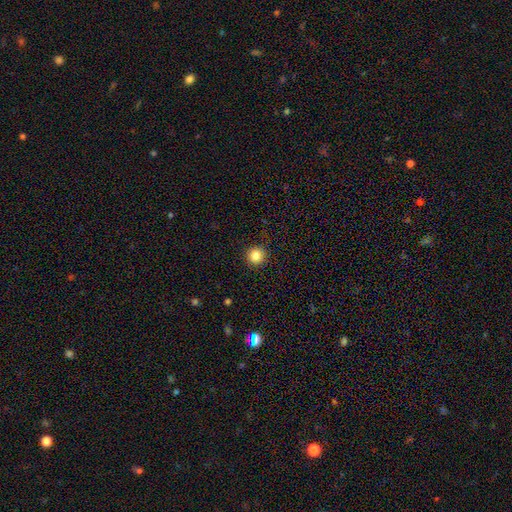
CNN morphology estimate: smooth 85%, star or artifact 11%, featured or disk 5%. Down the decision tree: how rounded — round (94%); merging — none (91%).